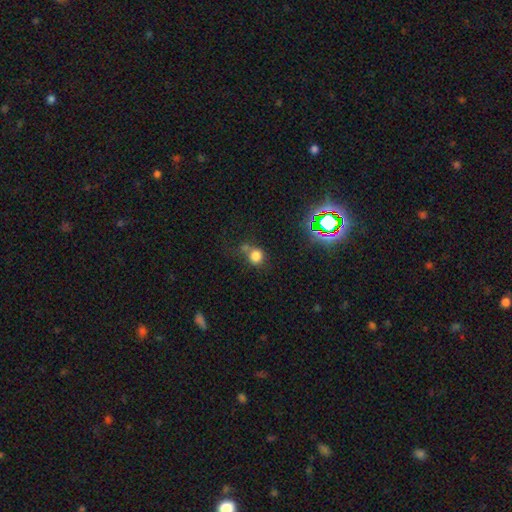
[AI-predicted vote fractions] Q: Smooth or featured?
A: smooth (76%); runner-up: star or artifact (17%)
Q: How rounded?
A: round (83%); runner-up: in between (16%)
Q: Merging?
A: none (52%); runner-up: merger (27%)